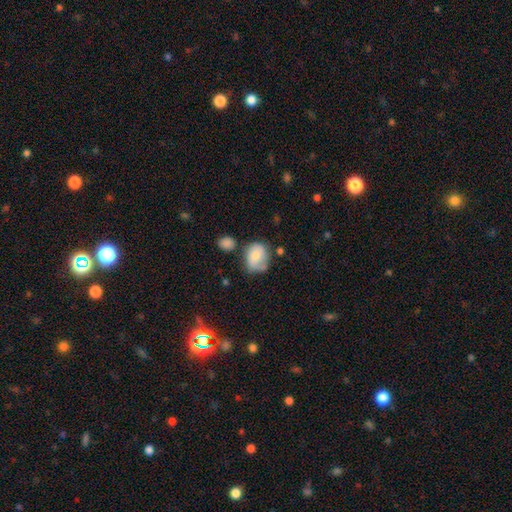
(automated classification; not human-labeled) A smooth galaxy with no disk features (69%) that is round (54%). Merging: none (45%).